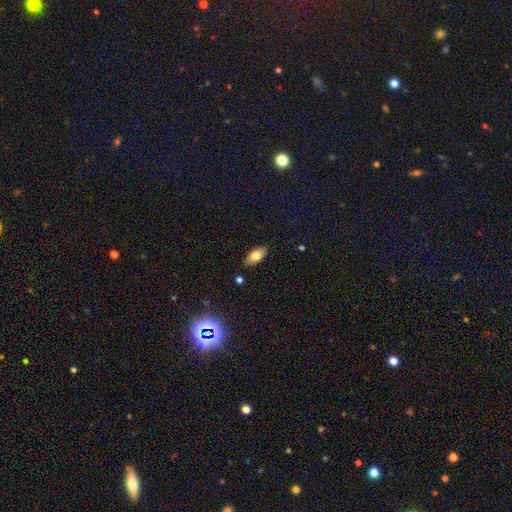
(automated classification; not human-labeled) Smooth or featured: smooth — 79% (featured or disk — 13%)
How rounded: in between — 91% (cigar-shaped — 6%)
Merging: none — 84% (minor disturbance — 12%)